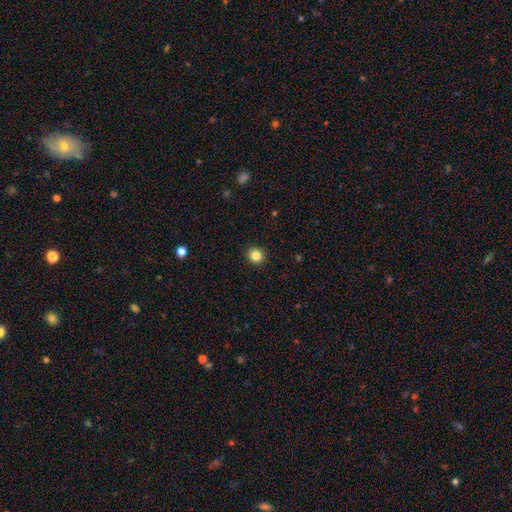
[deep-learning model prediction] smooth_or_featured: smooth (p=0.84) [alt: star or artifact p=0.11]
how_rounded: round (p=0.89) [alt: in between p=0.10]
merging: none (p=0.92) [alt: minor disturbance p=0.05]